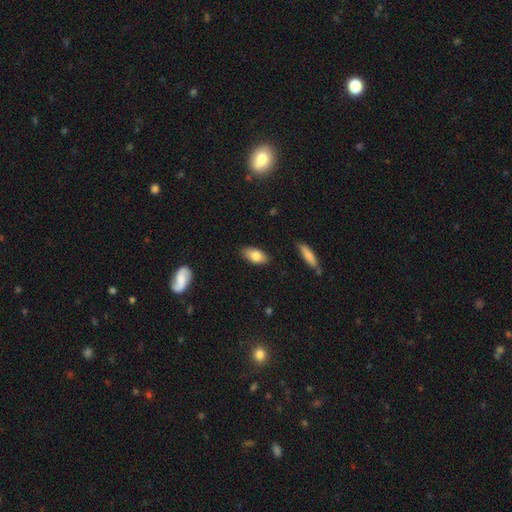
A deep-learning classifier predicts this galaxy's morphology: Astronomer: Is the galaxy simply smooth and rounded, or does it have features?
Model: smooth — 80%.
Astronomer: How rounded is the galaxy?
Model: in between — 89%.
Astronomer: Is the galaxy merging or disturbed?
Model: none — 85%.